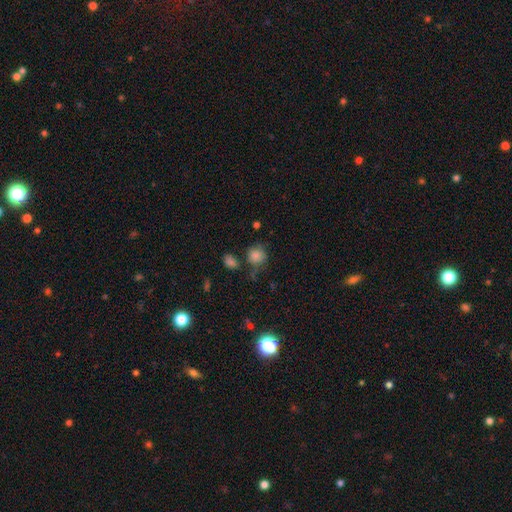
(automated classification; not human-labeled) Smooth or featured? Predicted: smooth (p=0.81). How rounded? Predicted: round (p=0.79). Merging? Predicted: none (p=0.58).